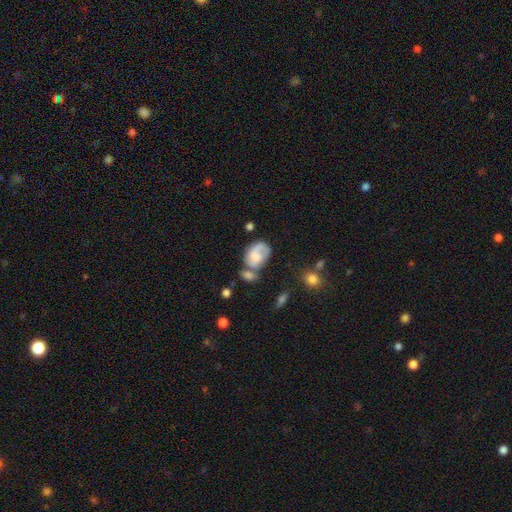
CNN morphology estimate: Overall: smooth (46%; featured or disk 45%). Merging: none (33%; merger 26%).